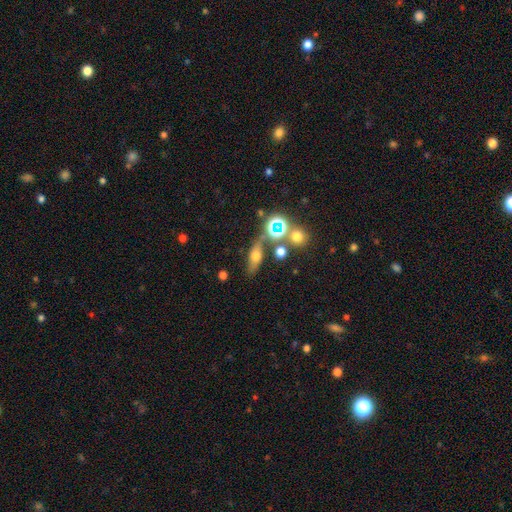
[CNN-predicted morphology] This is possibly a smooth galaxy (47%). Merging: likely none (67%).